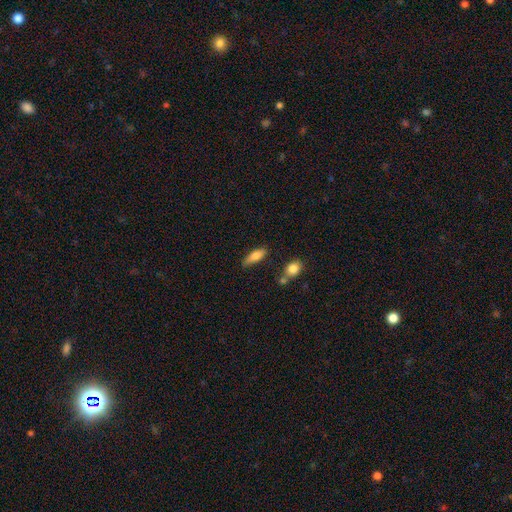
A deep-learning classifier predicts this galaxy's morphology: This appears to be a smooth galaxy with no disk features (75%) that is in between round and cigar-shaped (56%). Merging: none (62%).